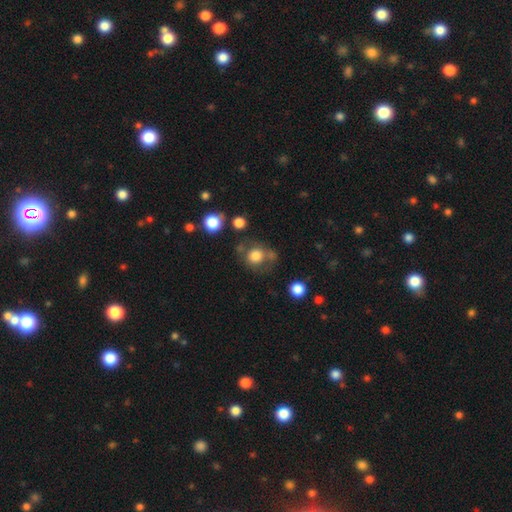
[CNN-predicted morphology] Overall: smooth (77%). How rounded: round (85%). Merging: none (62%).